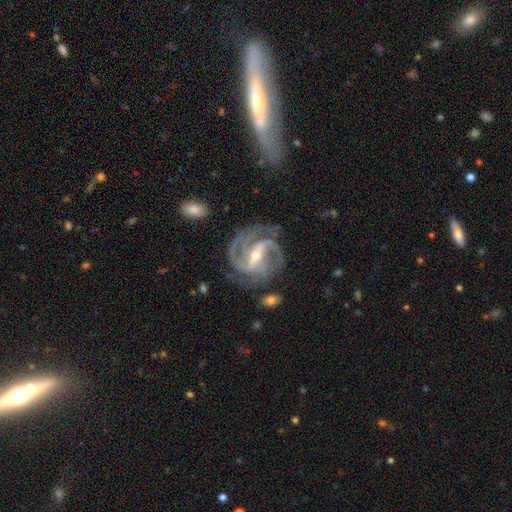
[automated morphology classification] Smooth or featured: featured or disk — 93% (star or artifact — 4%)
Edge-on disk: no — 97% (yes — 3%)
Bar: strong — 65% (weak — 26%)
Spiral arms: yes — 98% (no — 2%)
Spiral winding: medium — 50% (tight — 42%)
Spiral arm count: 3 — 44% (2 — 34%)
Bulge size: small — 53% (moderate — 45%)
Merging: none — 75% (minor disturbance — 16%)